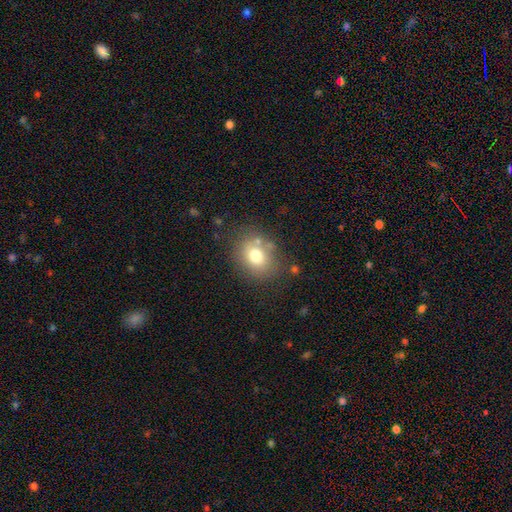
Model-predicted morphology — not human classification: type=smooth (74%); roundness=round (51%); merging=none (71%).